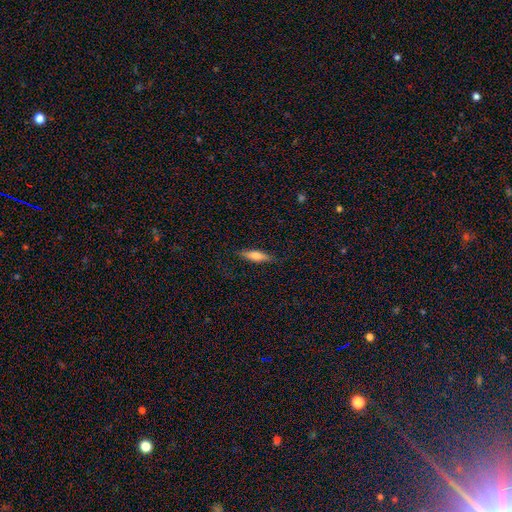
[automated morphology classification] This appears to be a smooth galaxy with no disk features (63%) that is cigar-shaped (67%). Merging: none (84%).